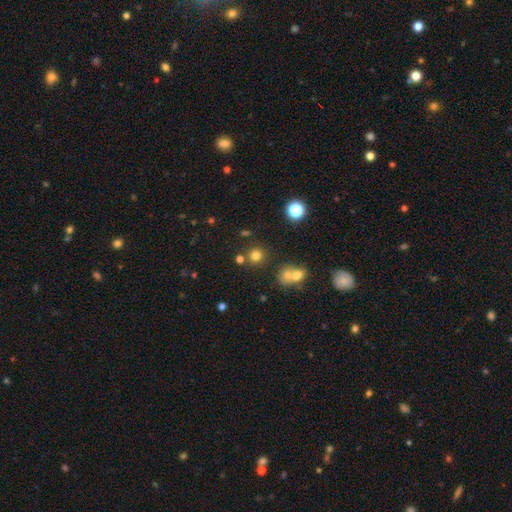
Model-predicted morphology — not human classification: Smooth or featured? smooth (74%)
How rounded? round (91%)
Merging? none (76%)